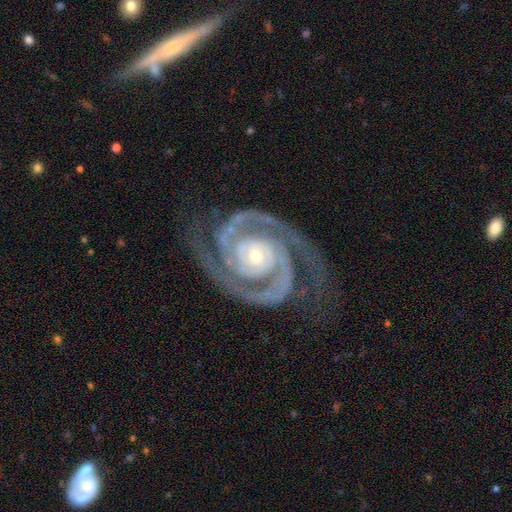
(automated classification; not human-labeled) Overall: featured or disk (95%). Edge-on disk: no (98%). Bar: no (68%). Spiral arms: yes (99%). Spiral arm count: 2 (92%). Spiral winding: tight (70%). Bulge size: small (59%; moderate 36%). Merging: none (79%).